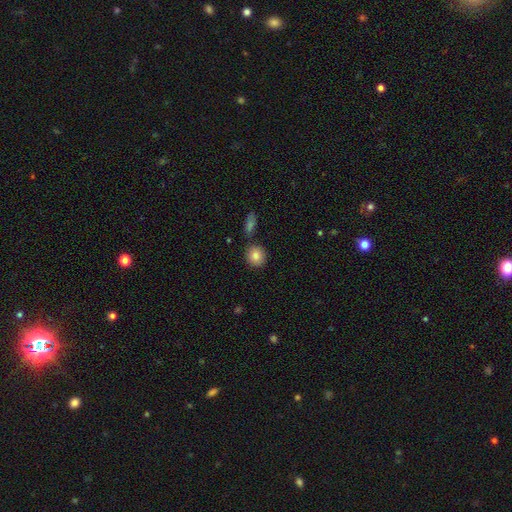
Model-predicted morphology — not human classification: type=smooth (85%); roundness=round (83%); merging=none (81%).